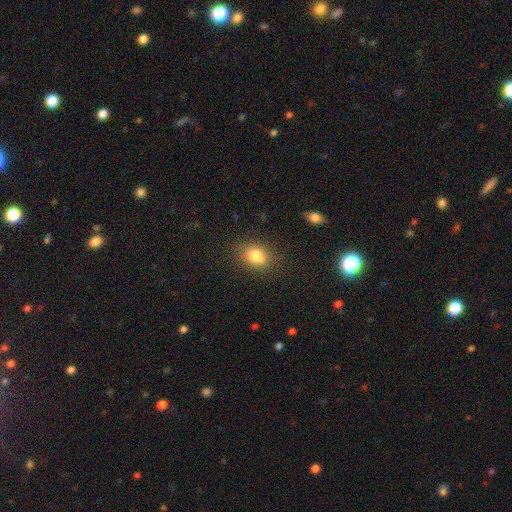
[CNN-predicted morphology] Smooth or featured?
  - smooth: 80% *
  - star or artifact: 11%
  - featured or disk: 9%
How rounded?
  - in between: 59% *
  - round: 40%
  - cigar-shaped: 1%
Merging?
  - none: 77% *
  - minor disturbance: 15%
  - major disturbance: 4%
  - merger: 4%